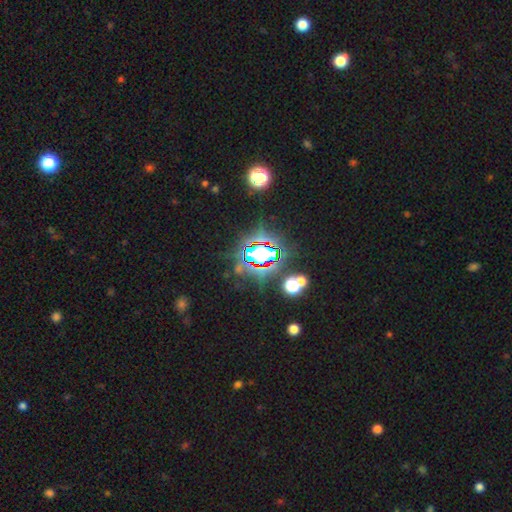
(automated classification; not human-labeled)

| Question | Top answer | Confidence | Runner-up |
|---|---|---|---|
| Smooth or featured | star or artifact | 80% | smooth (12%) |